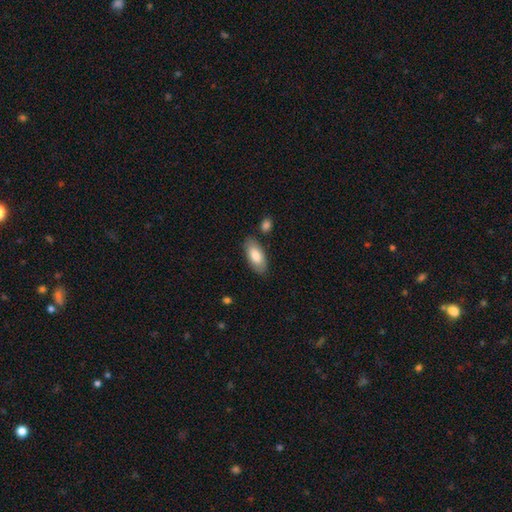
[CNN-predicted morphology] Smooth or featured?
  - smooth: 78% *
  - featured or disk: 16%
  - star or artifact: 6%
How rounded?
  - in between: 91% *
  - cigar-shaped: 7%
  - round: 2%
Merging?
  - none: 81% *
  - minor disturbance: 12%
  - merger: 4%
  - major disturbance: 3%